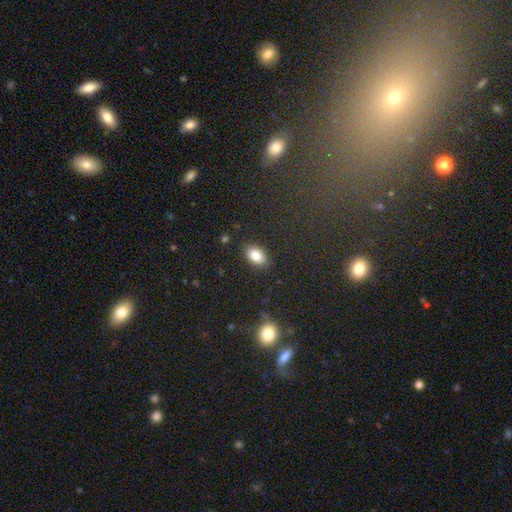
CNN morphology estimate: Smooth or featured: smooth — 84% (star or artifact — 9%)
How rounded: in between — 88% (round — 11%)
Merging: none — 88% (minor disturbance — 9%)